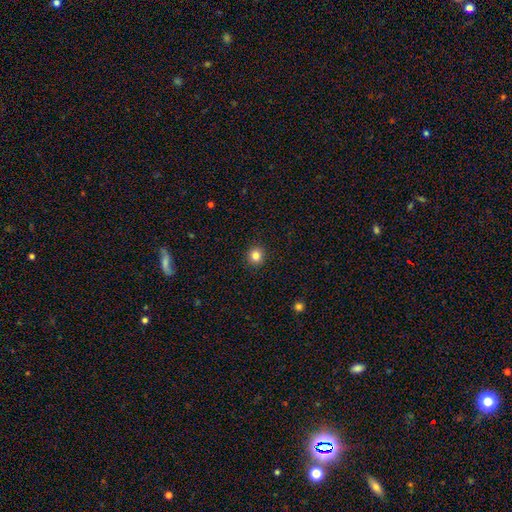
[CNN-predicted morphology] smooth 84%, star or artifact 11%, featured or disk 5%. Down the decision tree: how rounded — round (92%); merging — none (92%).